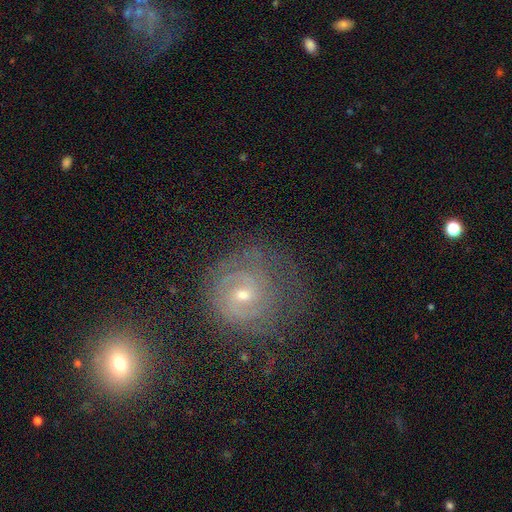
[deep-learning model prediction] Smooth or featured? featured or disk (56%)
Edge-on disk? no (95%)
Bar? no (64%)
Spiral arms? yes (67%)
Bulge size? small (60%)
Merging? none (67%)